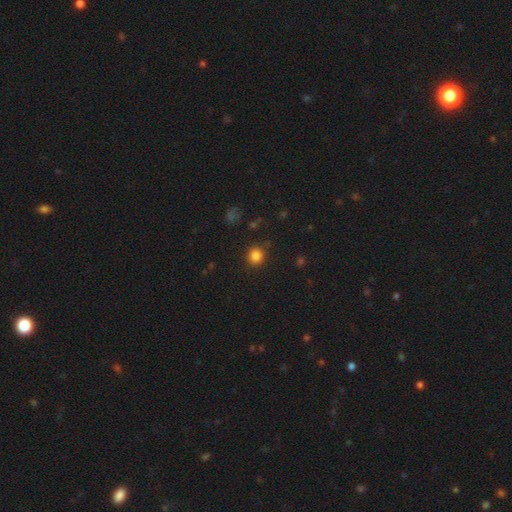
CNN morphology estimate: Q: Smooth or featured?
A: smooth (84%); runner-up: star or artifact (12%)
Q: How rounded?
A: round (90%); runner-up: in between (9%)
Q: Merging?
A: none (88%); runner-up: minor disturbance (7%)